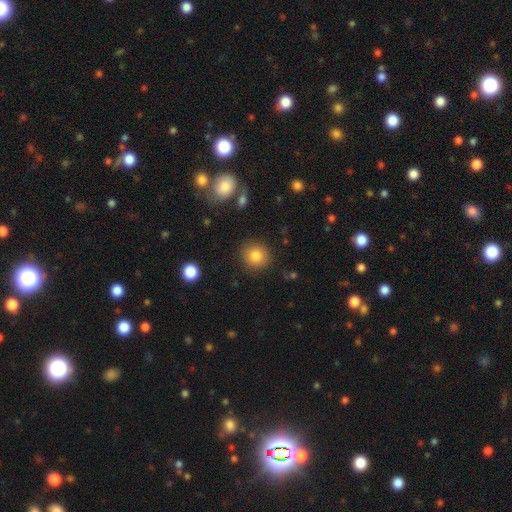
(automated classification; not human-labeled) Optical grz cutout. It shows a smooth galaxy with no disk features (82%) that is round (88%). Merging: none (88%).